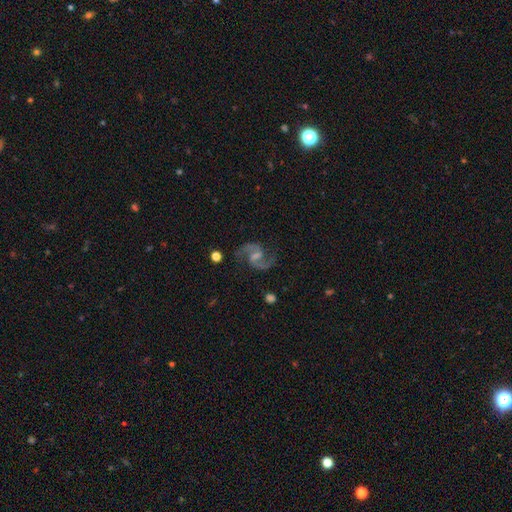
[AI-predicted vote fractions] This appears to be a featured or disk galaxy (92%) with a weak bar (58%), 2 (94%) medium (54%) spiral arms (98%) and no central bulge (35%). Merging: none (80%).